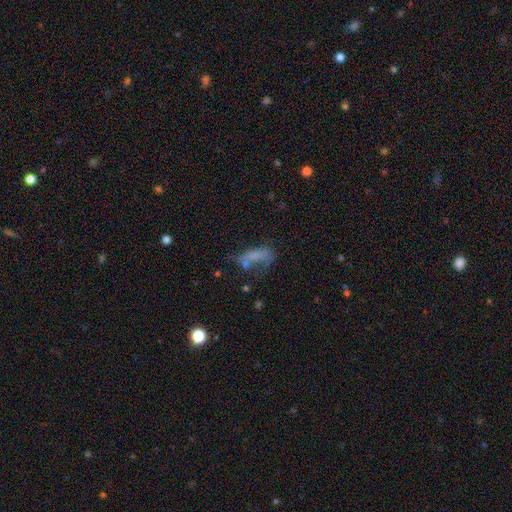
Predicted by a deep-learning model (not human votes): Smooth or featured?
  - smooth: 56% *
  - featured or disk: 28%
  - star or artifact: 16%
How rounded?
  - in between: 63% *
  - cigar-shaped: 32%
  - round: 5%
Merging?
  - major disturbance: 34% *
  - none: 30%
  - minor disturbance: 22%
  - merger: 14%